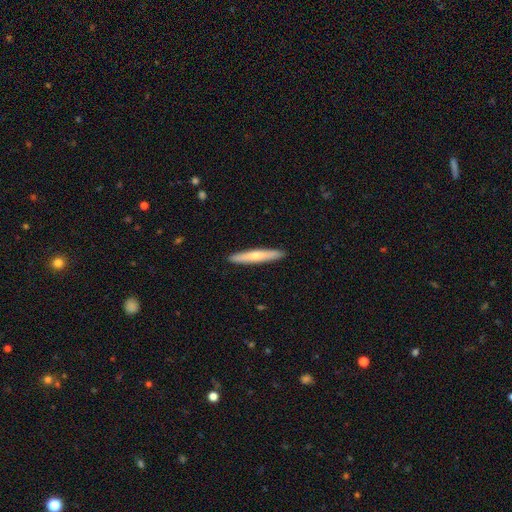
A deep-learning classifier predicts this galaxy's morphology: smooth 58%, featured or disk 37%, star or artifact 5%. Down the decision tree: how rounded — cigar-shaped (94%); merging — none (92%).